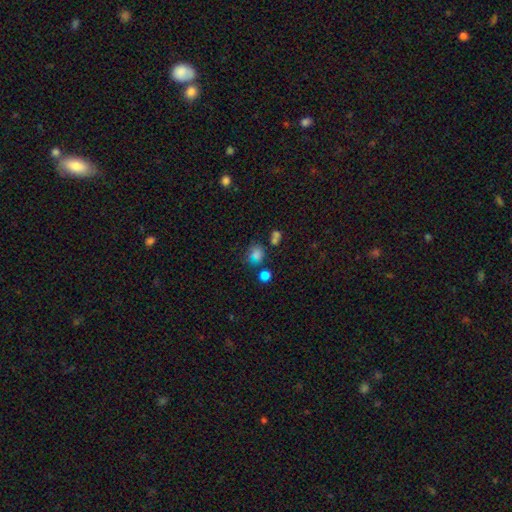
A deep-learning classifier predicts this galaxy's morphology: smooth_or_featured: smooth (p=0.69) [alt: star or artifact p=0.21]
how_rounded: round (p=0.63) [alt: in between p=0.36]
merging: none (p=0.60) [alt: merger p=0.18]